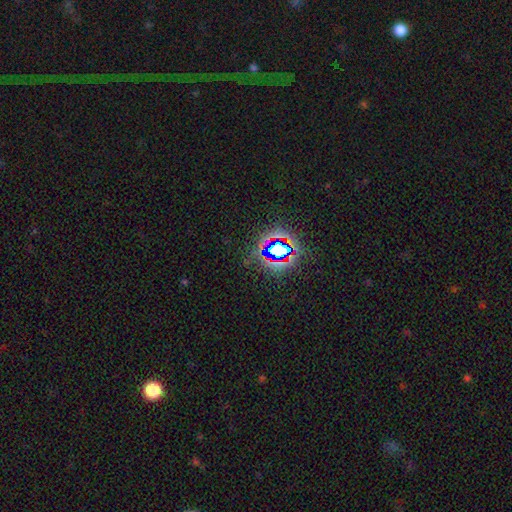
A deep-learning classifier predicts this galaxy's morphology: This is likely a star or artifact rather than a galaxy (76%).